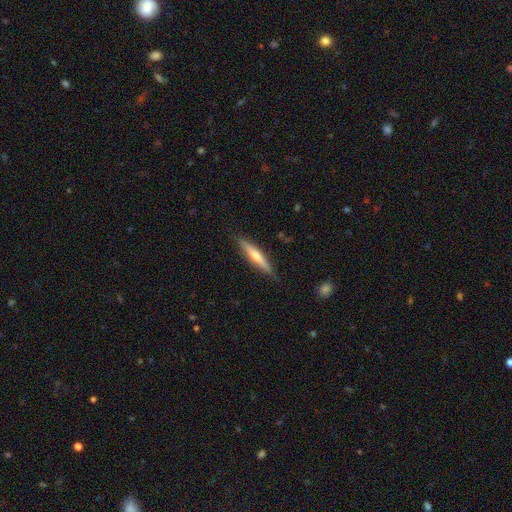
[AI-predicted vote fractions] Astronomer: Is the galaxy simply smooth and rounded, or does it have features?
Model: featured or disk — 55% (runner-up: smooth, 39%).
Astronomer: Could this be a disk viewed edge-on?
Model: yes — 95%.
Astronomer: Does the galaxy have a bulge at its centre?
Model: rounded — 80%.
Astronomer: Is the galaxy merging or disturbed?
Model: none — 87%.